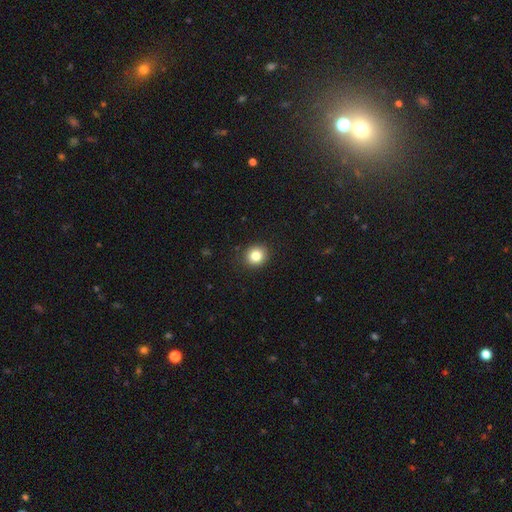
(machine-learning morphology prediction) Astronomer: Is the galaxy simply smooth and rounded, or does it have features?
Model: smooth — 83%.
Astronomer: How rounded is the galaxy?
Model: round — 87%.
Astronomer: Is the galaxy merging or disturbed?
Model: none — 90%.